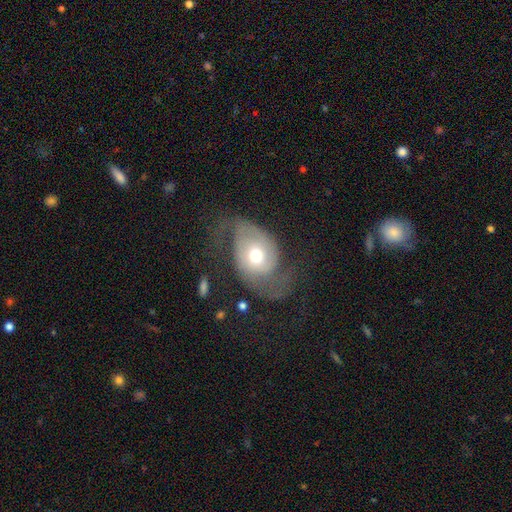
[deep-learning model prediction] A featured or disk galaxy (76%) with no bar (72%), 2 (84%) loose (42%) spiral arms (90%) and a moderate central bulge (72%). Merging: none (53%).